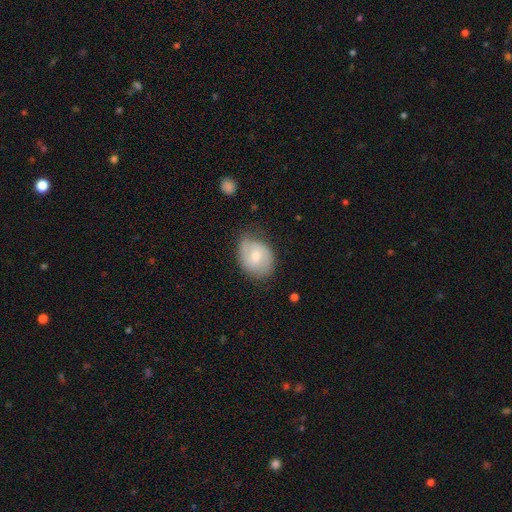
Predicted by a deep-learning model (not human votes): Smooth or featured? featured or disk (47%)
Merging? none (62%)